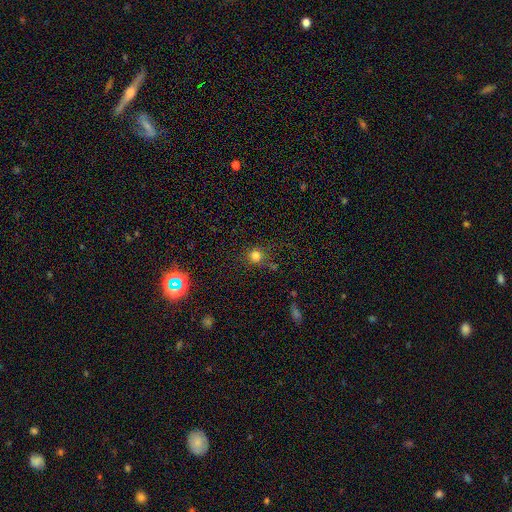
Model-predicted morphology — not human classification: smooth_or_featured: smooth (p=0.76) [alt: star or artifact p=0.18]
how_rounded: round (p=0.89) [alt: in between p=0.10]
merging: none (p=0.76) [alt: minor disturbance p=0.13]